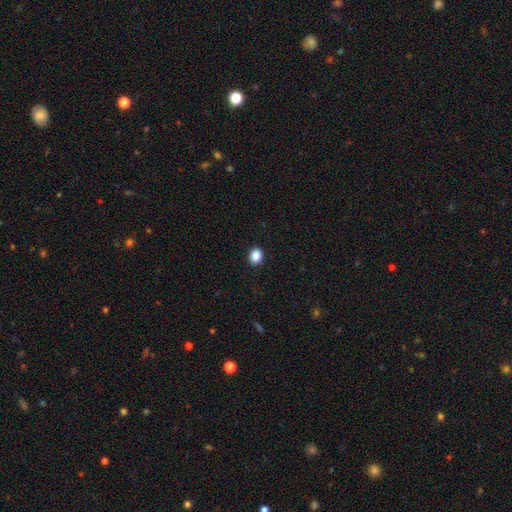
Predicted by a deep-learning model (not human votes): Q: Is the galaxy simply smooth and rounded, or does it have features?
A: smooth — 88%.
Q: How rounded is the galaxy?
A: round — 54%.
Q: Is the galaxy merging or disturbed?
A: none — 91%.